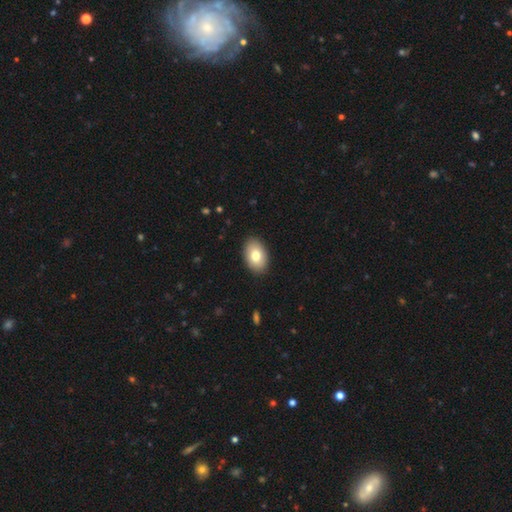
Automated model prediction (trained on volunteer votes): Smooth or featured?
  - smooth: 79% *
  - featured or disk: 15%
  - star or artifact: 7%
How rounded?
  - in between: 90% *
  - round: 9%
  - cigar-shaped: 1%
Merging?
  - none: 89% *
  - minor disturbance: 8%
  - major disturbance: 2%
  - merger: 1%